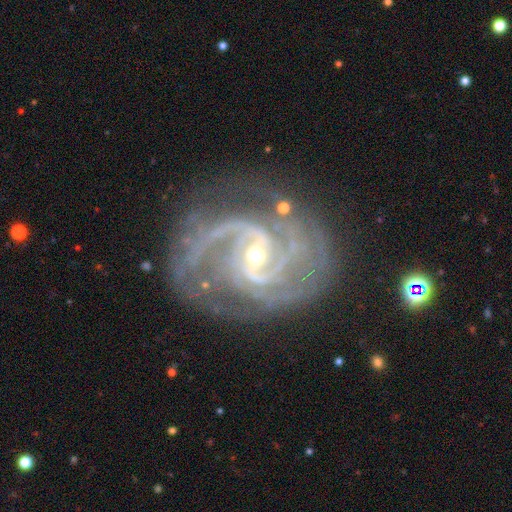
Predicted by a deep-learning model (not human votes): A featured or disk galaxy (92%) with a weak bar (46%), 2 (55%) medium (49%) spiral arms (99%) and a small central bulge (63%). Merging: none (72%).